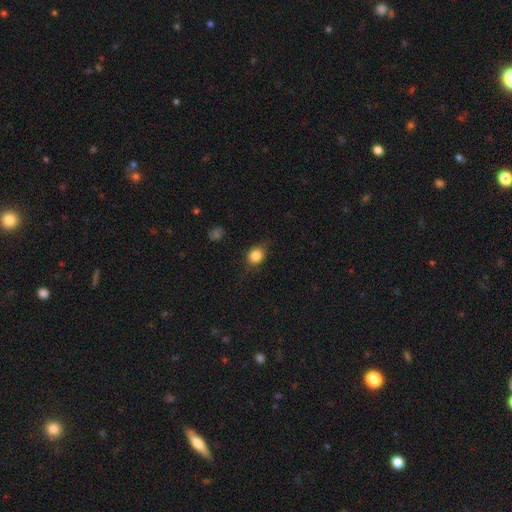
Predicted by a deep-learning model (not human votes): The model was most divided on "how rounded": round: 56%, in between: 42%, cigar-shaped: 2%. More confident: smooth or featured — smooth (82%); merging — none (71%).